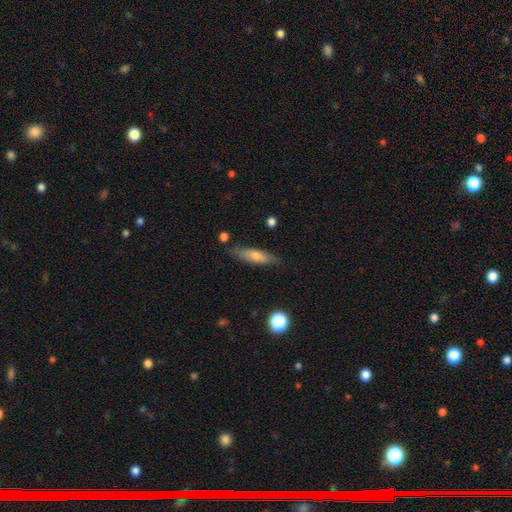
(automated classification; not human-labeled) This appears to be a smooth galaxy with no disk features (63%) that is cigar-shaped (57%). Merging: none (77%).